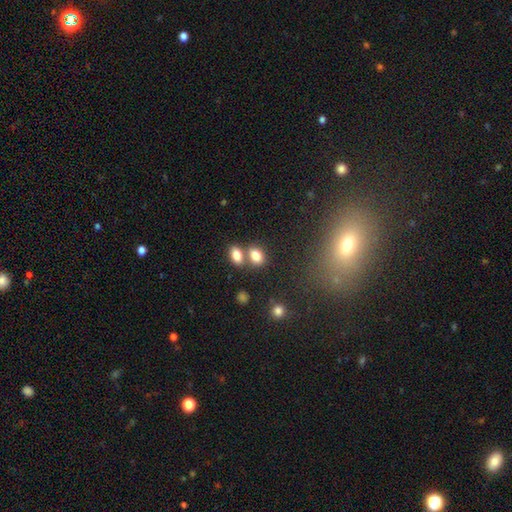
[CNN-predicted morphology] smooth_or_featured: smooth (p=0.81) [alt: star or artifact p=0.10]
how_rounded: in between (p=0.78) [alt: round p=0.20]
merging: none (p=0.45) [alt: merger p=0.41]